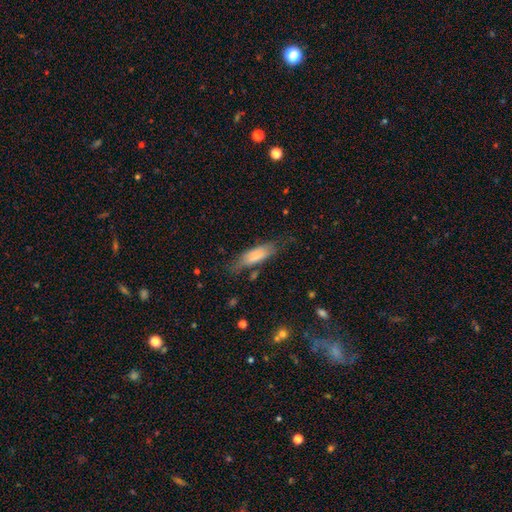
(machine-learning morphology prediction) The model was most divided on "how rounded": in between: 55%, cigar-shaped: 43%, round: 2%. More confident: smooth or featured — smooth (77%); merging — none (62%).